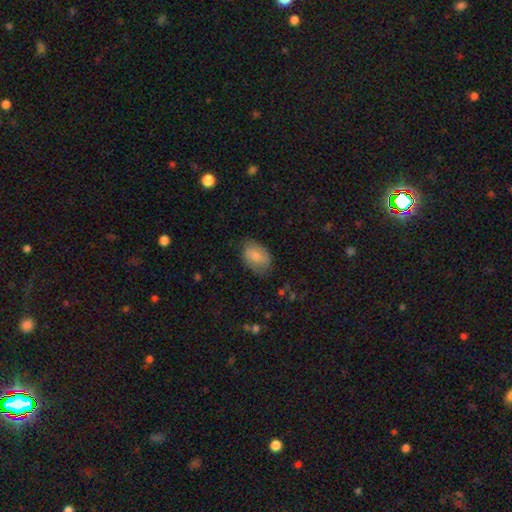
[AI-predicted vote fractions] This is likely a smooth galaxy (80%). How rounded: clearly in between (88%). Merging: likely none (69%).